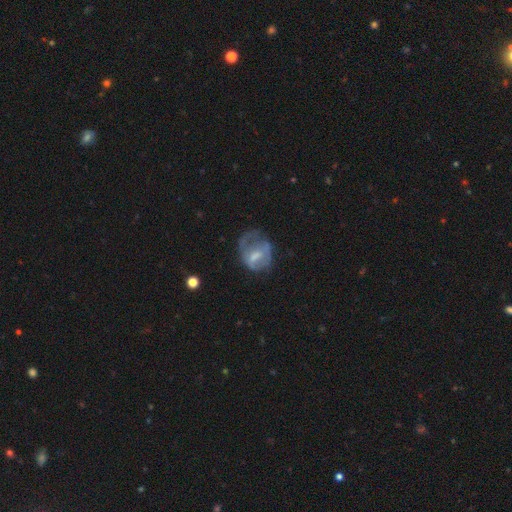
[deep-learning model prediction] This appears to be a featured or disk galaxy (52%) with no bar (43%), no spiral arms (60%) and a moderate central bulge (36%). Merging: major disturbance (37%).